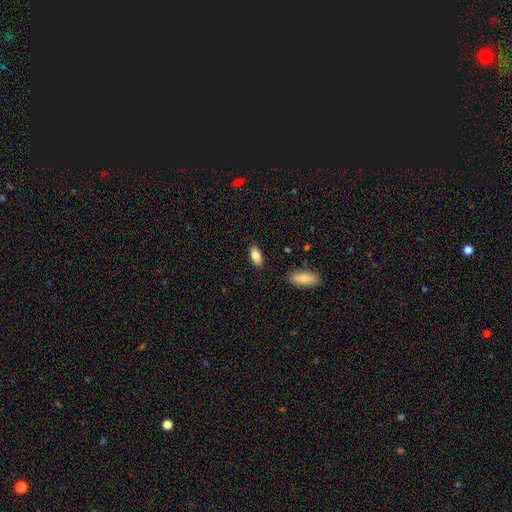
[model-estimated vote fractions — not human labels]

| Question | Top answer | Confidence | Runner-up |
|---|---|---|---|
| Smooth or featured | smooth | 86% | featured or disk (7%) |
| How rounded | in between | 87% | cigar-shaped (11%) |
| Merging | none | 85% | minor disturbance (11%) |